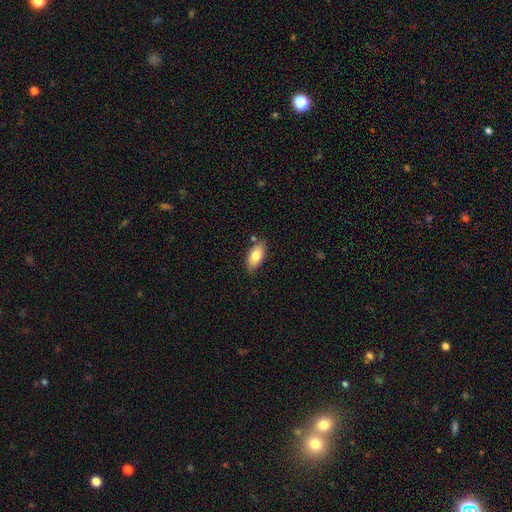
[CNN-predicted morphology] type=smooth (80%); roundness=in between (91%); merging=none (80%).